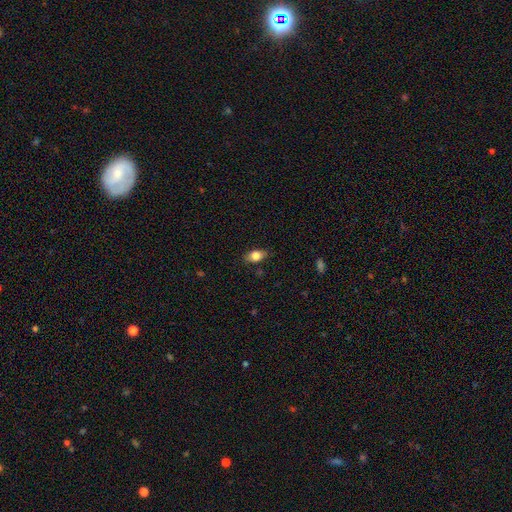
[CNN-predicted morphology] smooth_or_featured: smooth (p=0.80) [alt: featured or disk p=0.12]
how_rounded: in between (p=0.84) [alt: round p=0.12]
merging: none (p=0.80) [alt: minor disturbance p=0.16]